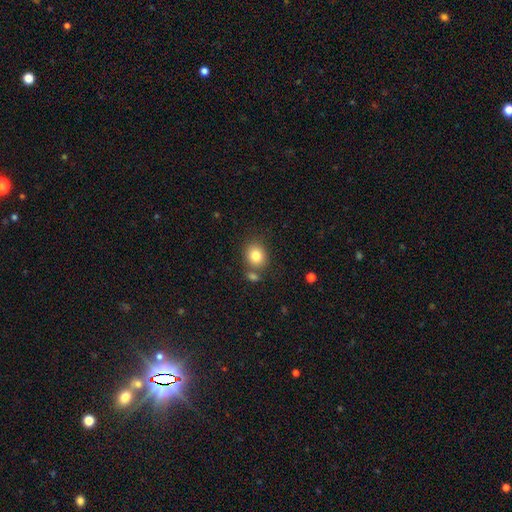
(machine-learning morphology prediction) Smooth or featured? smooth (82%)
How rounded? round (71%)
Merging? none (68%)